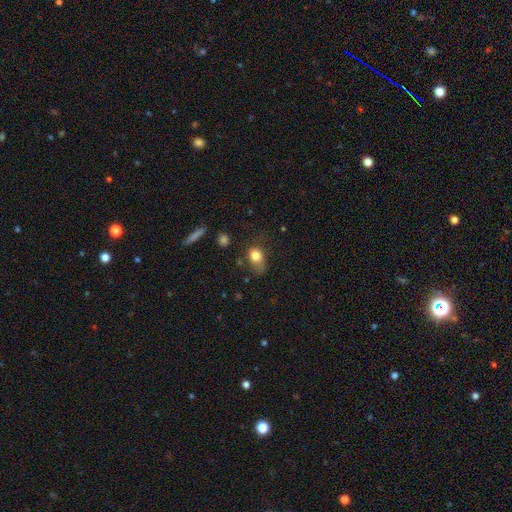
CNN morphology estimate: Q: Smooth or featured?
A: smooth (79%); runner-up: featured or disk (11%)
Q: How rounded?
A: in between (67%); runner-up: round (31%)
Q: Merging?
A: none (42%); runner-up: minor disturbance (33%)